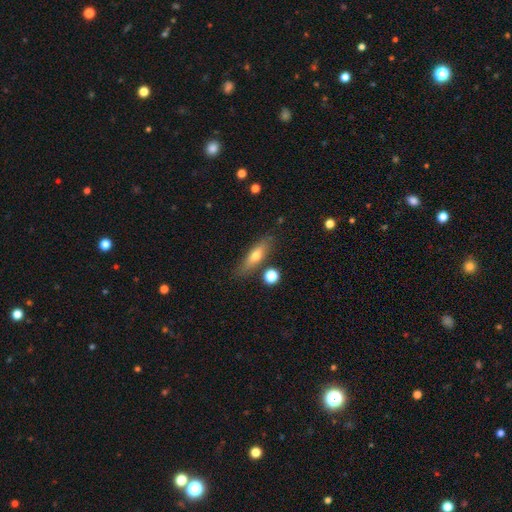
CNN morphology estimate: smooth 62%, featured or disk 30%, star or artifact 8%. Down the decision tree: how rounded — cigar-shaped (56%); merging — none (78%).